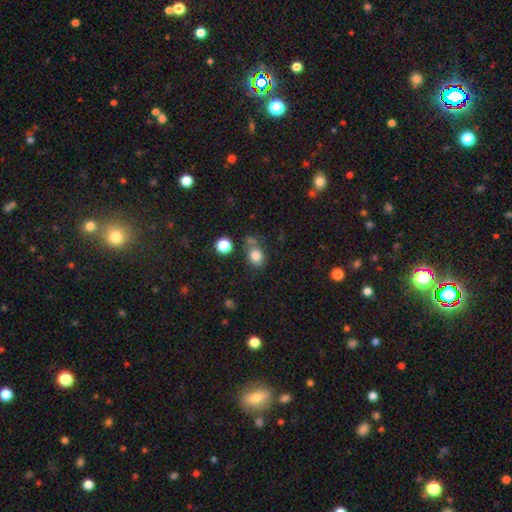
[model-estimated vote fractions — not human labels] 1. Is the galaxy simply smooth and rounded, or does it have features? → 81% smooth, 12% star or artifact, 7% featured or disk.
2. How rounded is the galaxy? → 58% round, 40% in between, 1% cigar-shaped.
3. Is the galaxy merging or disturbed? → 63% none, 17% merger, 15% minor disturbance, 5% major disturbance.